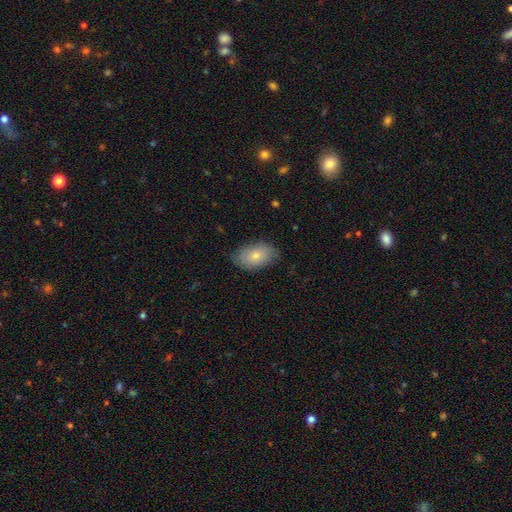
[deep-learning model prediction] Smooth or featured: smooth — 75% (featured or disk — 18%)
How rounded: in between — 91% (round — 8%)
Merging: none — 77% (minor disturbance — 18%)